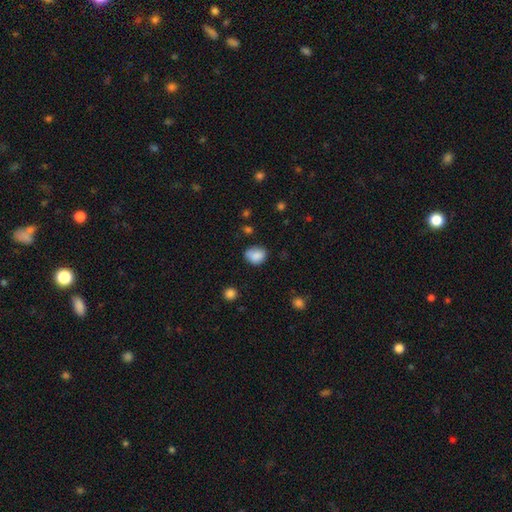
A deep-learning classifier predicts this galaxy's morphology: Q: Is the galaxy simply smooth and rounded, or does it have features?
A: smooth — 85%.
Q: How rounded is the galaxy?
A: in between — 50%.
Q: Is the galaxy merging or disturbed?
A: none — 67%.